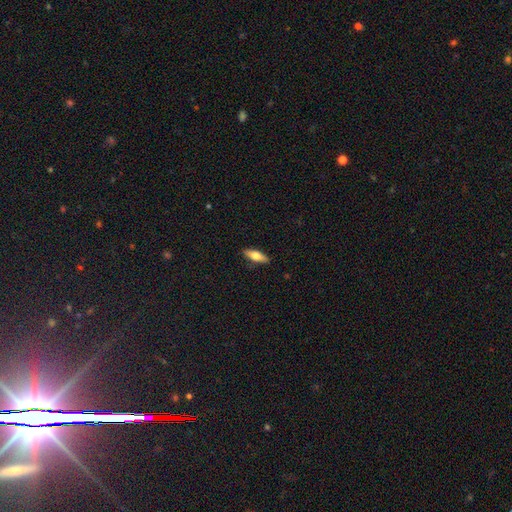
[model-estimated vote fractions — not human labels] This appears to be a smooth galaxy with no disk features (65%) that is in between round and cigar-shaped (56%). Merging: none (88%).